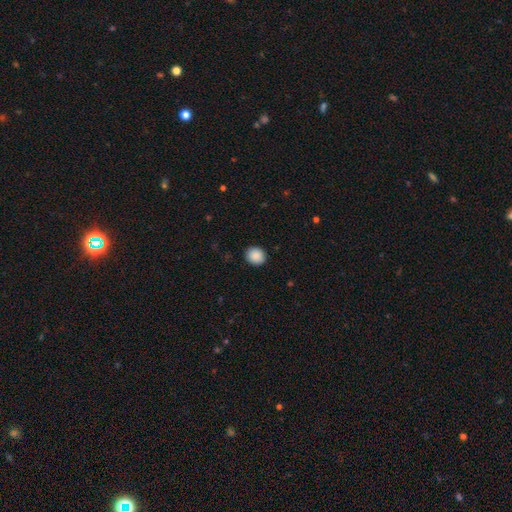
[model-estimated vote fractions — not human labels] smooth-or-featured: smooth: 89% | star or artifact: 8% | featured or disk: 3%
  how-rounded: round: 79% | in between: 20% | cigar-shaped: 1%
  merging: none: 91% | minor disturbance: 6% | major disturbance: 2% | merger: 1%